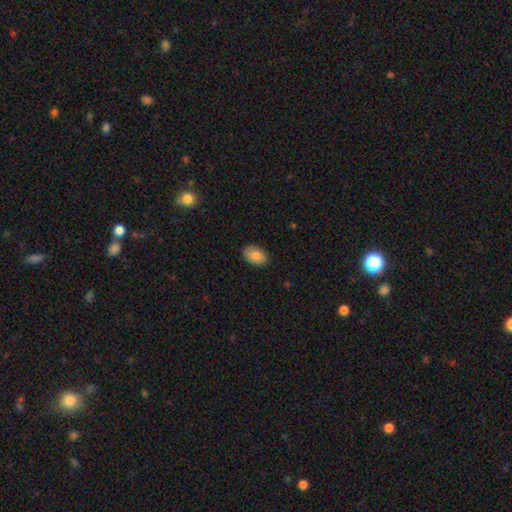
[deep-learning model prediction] This appears to be a smooth galaxy with no disk features (84%) that is in between round and cigar-shaped (89%). Merging: none (87%).